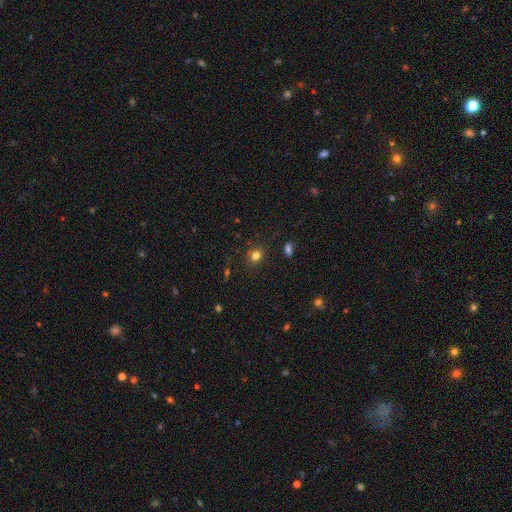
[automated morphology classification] Q: Smooth or featured?
A: smooth (78%); runner-up: star or artifact (16%)
Q: How rounded?
A: round (62%); runner-up: in between (37%)
Q: Merging?
A: none (82%); runner-up: minor disturbance (12%)